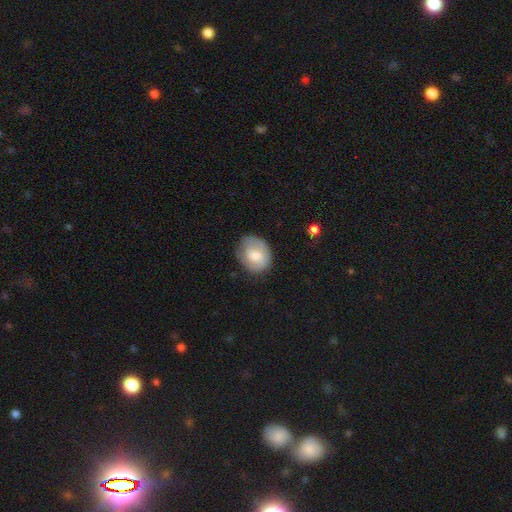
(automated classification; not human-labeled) Overall: featured or disk (51%; smooth 42%). Edge-on disk: no (97%). Bar: no (59%; weak 35%). Spiral arms: yes (81%). Bulge size: moderate (49%; large 20%). Merging: none (73%).